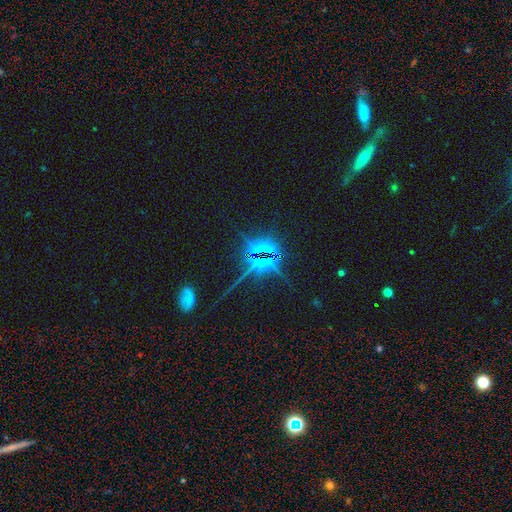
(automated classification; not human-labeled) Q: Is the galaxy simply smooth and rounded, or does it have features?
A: star or artifact — 74%.